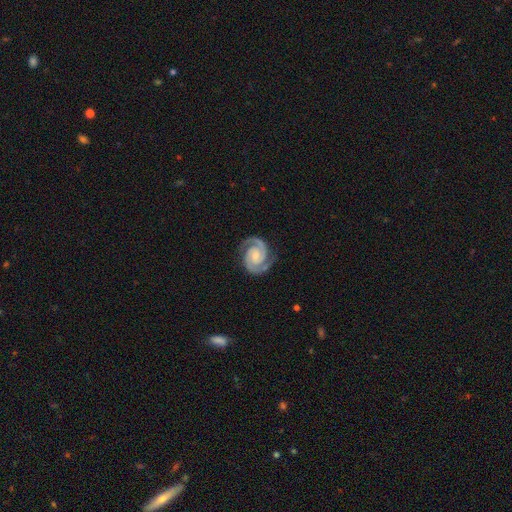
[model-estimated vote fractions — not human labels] Morphology: type=featured or disk (94%); edge-on=no (98%); bar=no (61%); spiral arms=yes (99%); winding=tight (62%); arm count=2 (94%); bulge=small (51%); merging=none (84%).